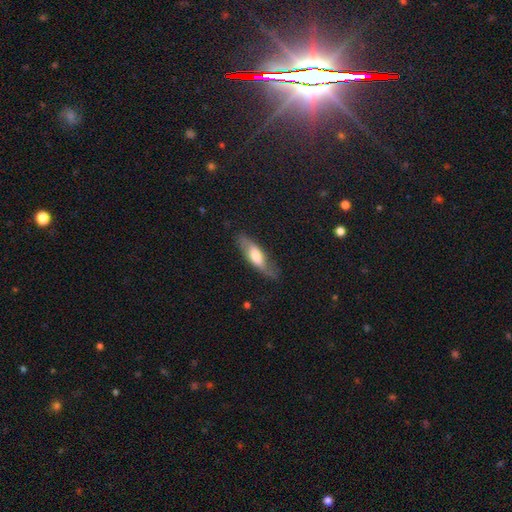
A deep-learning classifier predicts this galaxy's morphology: Smooth or featured: featured or disk — 50% (smooth — 43%)
Edge-on disk: no — 55% (yes — 45%)
Merging: none — 73% (minor disturbance — 20%)